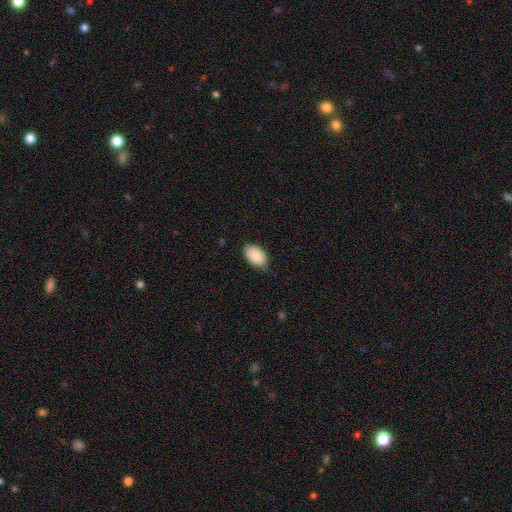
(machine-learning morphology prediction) Smooth or featured?
  - smooth: 86% *
  - featured or disk: 7%
  - star or artifact: 6%
How rounded?
  - in between: 92% *
  - round: 7%
  - cigar-shaped: 1%
Merging?
  - none: 79% *
  - minor disturbance: 17%
  - major disturbance: 3%
  - merger: 1%